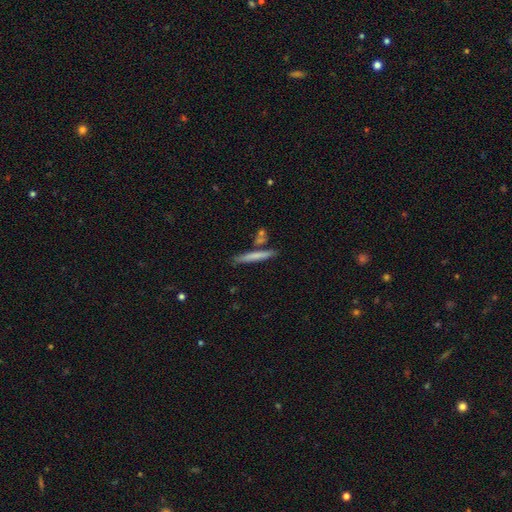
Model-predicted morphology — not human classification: type=smooth (67%); roundness=cigar-shaped (95%); merging=none (80%).